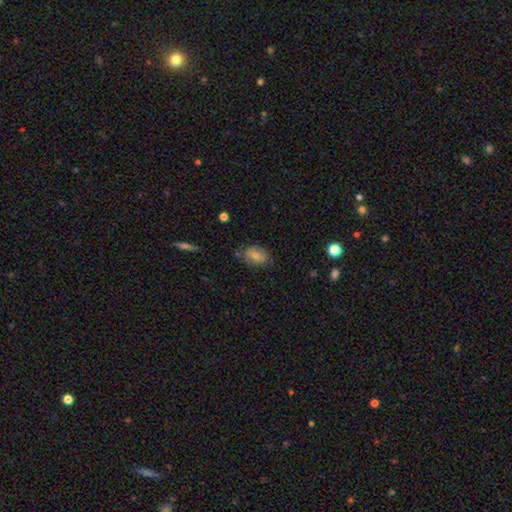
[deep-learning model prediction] Q: Smooth or featured?
A: smooth (56%); runner-up: featured or disk (31%)
Q: How rounded?
A: in between (70%); runner-up: round (29%)
Q: Merging?
A: none (74%); runner-up: minor disturbance (19%)